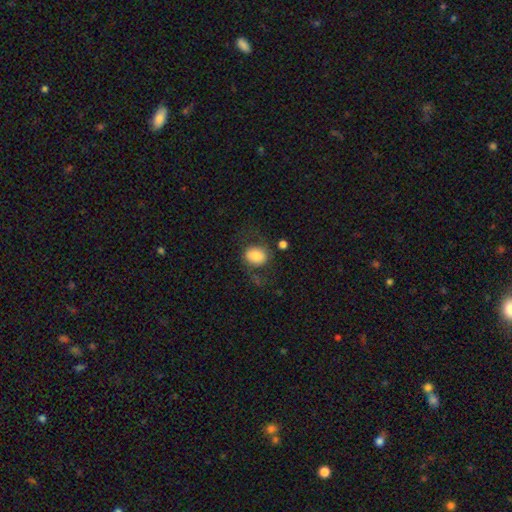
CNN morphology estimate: This is likely a smooth galaxy (72%). How rounded: possibly round (56%). Merging: possibly none (60%).